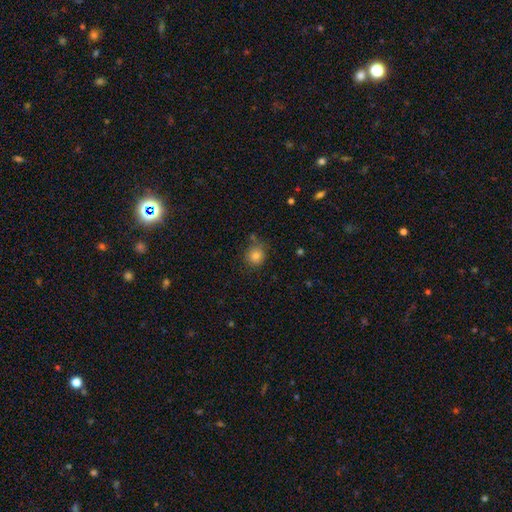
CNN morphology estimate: Smooth or featured: smooth — 82% (star or artifact — 12%)
How rounded: round — 83% (in between — 16%)
Merging: none — 74% (minor disturbance — 17%)